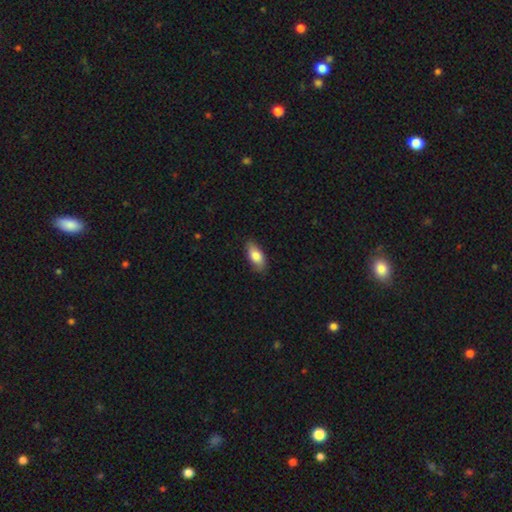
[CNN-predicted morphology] Smooth or featured? smooth (81%)
How rounded? in between (88%)
Merging? none (83%)